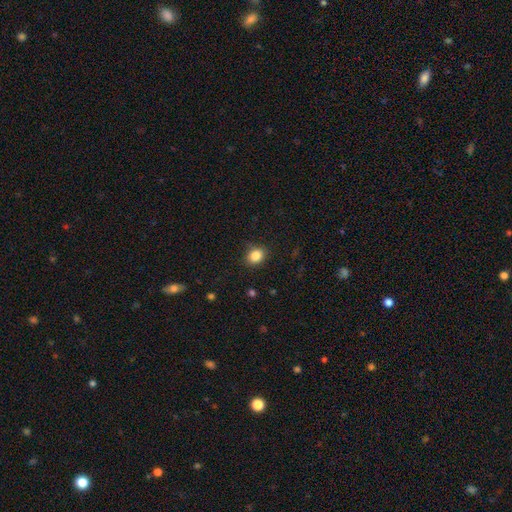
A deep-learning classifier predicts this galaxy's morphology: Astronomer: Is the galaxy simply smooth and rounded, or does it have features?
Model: smooth — 86%.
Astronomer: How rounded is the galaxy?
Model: round — 60% (runner-up: in between, 39%).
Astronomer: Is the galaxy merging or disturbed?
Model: none — 86%.